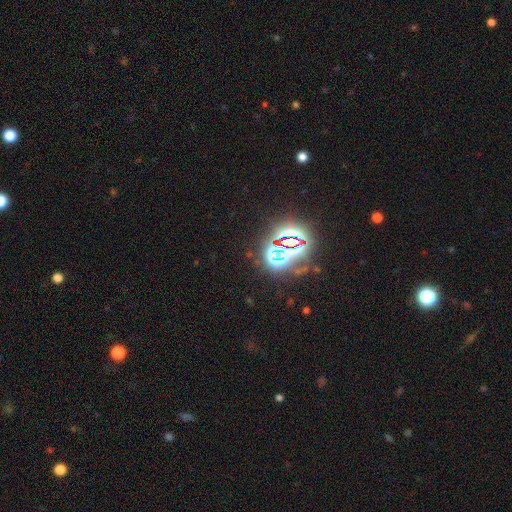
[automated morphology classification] A star or artifact, not a galaxy (81%).